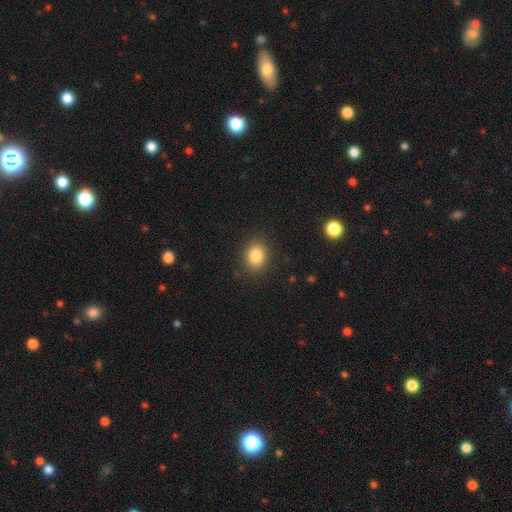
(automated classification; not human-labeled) smooth 84%, star or artifact 10%, featured or disk 6%. Down the decision tree: how rounded — round (57%); merging — none (87%).